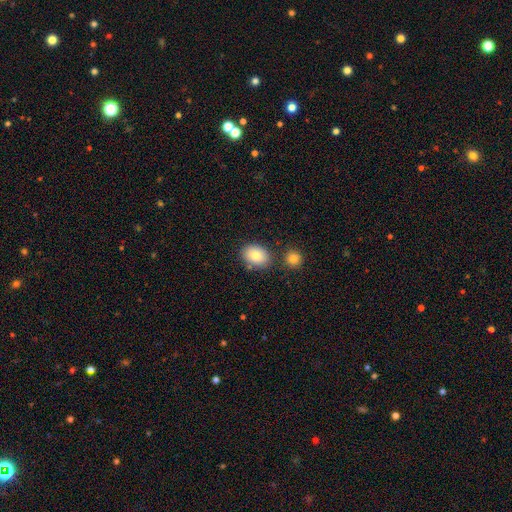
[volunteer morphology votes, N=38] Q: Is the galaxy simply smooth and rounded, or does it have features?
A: smooth — 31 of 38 (82%).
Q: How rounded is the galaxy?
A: in between — 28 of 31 (90%).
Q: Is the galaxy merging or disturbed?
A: none — 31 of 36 (86%).